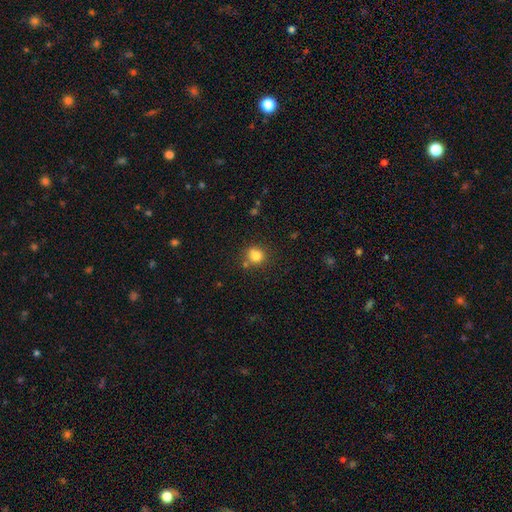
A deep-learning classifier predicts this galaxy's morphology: Smooth or featured: smooth — 79% (star or artifact — 13%)
How rounded: round — 87% (in between — 12%)
Merging: none — 69% (merger — 14%)